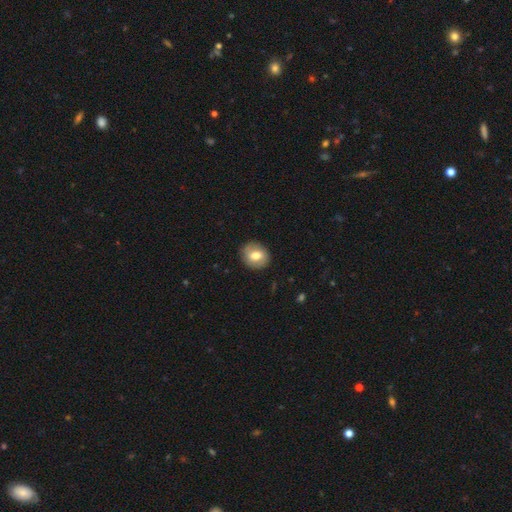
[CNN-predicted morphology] smooth_or_featured: smooth (p=0.68) [alt: featured or disk p=0.24]
how_rounded: round (p=0.71) [alt: in between p=0.28]
merging: none (p=0.87) [alt: minor disturbance p=0.09]